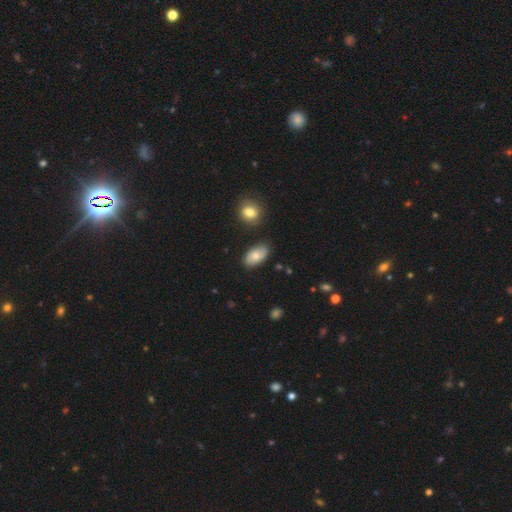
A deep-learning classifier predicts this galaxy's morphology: This is likely a smooth galaxy (68%). How rounded: clearly in between (92%). Merging: likely none (80%).